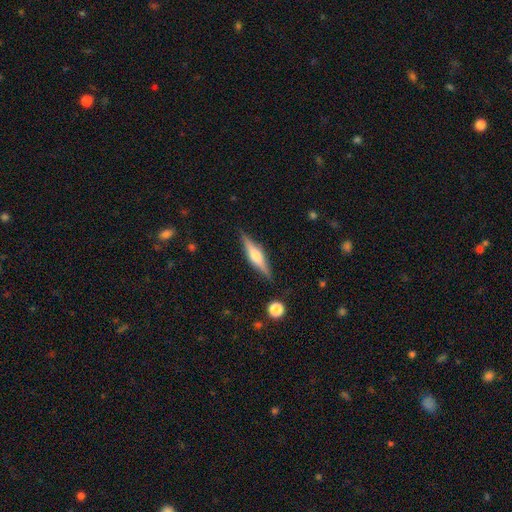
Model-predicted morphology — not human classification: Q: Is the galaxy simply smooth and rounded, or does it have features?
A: featured or disk — 63%.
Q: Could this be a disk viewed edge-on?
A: yes — 96%.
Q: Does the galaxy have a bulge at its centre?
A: rounded — 86%.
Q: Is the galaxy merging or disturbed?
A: none — 87%.